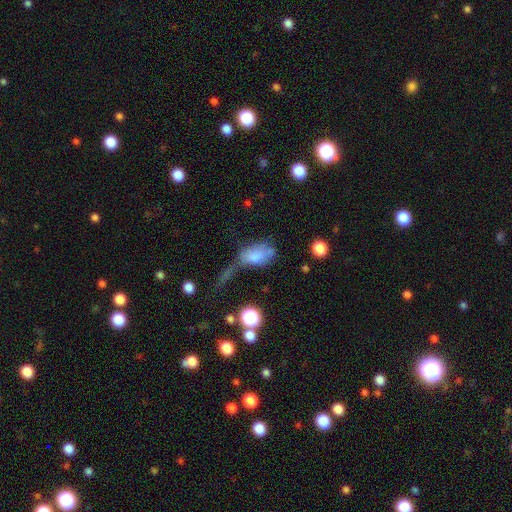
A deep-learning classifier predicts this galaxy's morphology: Smooth or featured?
  - smooth: 71% *
  - featured or disk: 18%
  - star or artifact: 11%
How rounded?
  - in between: 89% *
  - round: 7%
  - cigar-shaped: 4%
Merging?
  - major disturbance: 28% * (tied)
  - none: 28% * (tied)
  - minor disturbance: 23%
  - merger: 21%